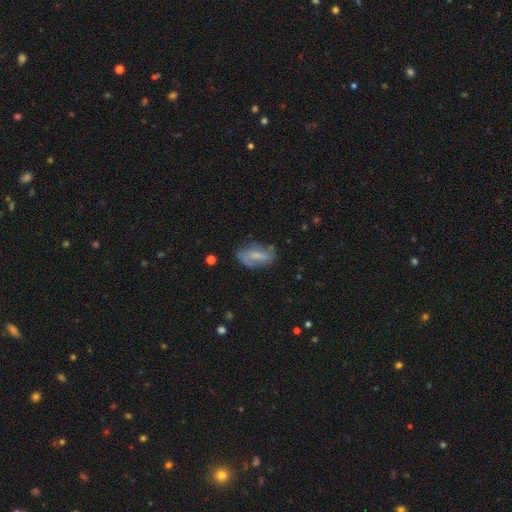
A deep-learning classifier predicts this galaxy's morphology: Overall: smooth (53%; featured or disk 38%). How rounded: in between (84%). Merging: none (60%; minor disturbance 27%).